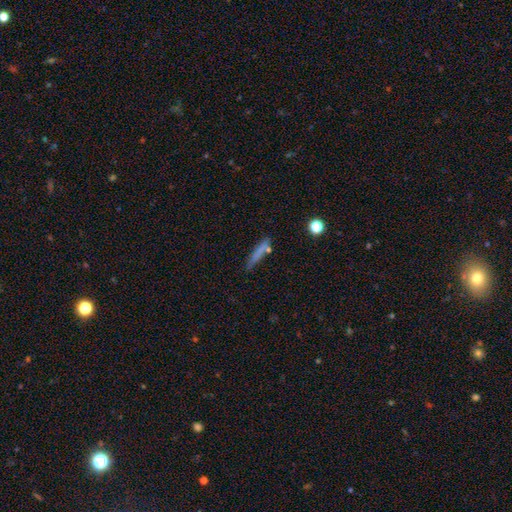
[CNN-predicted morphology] This is likely a smooth galaxy (63%). How rounded: clearly cigar-shaped (89%). Merging: likely none (77%).